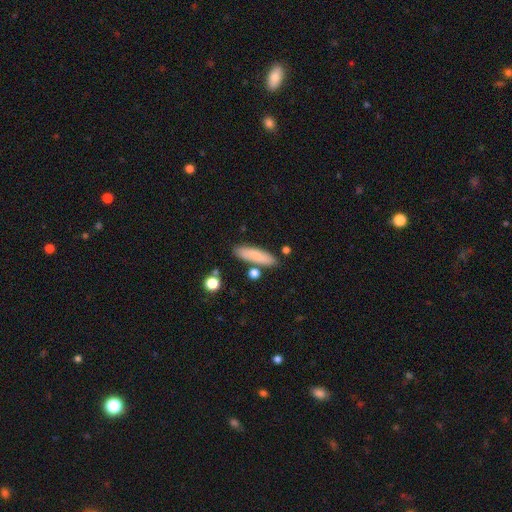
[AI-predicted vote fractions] Overall: smooth (80%). How rounded: cigar-shaped (66%; in between 32%). Merging: none (80%).